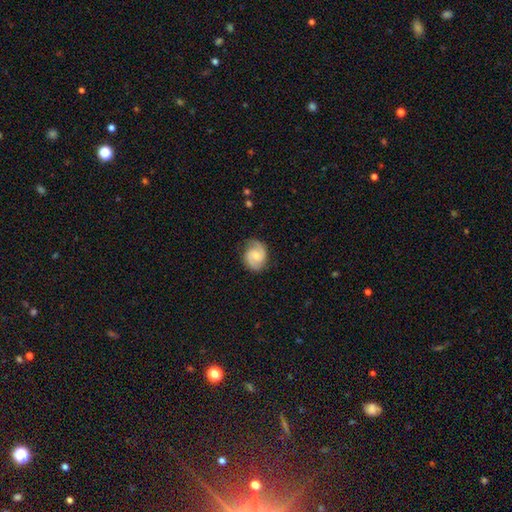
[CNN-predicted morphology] Smooth or featured?
  - featured or disk: 77% *
  - smooth: 17%
  - star or artifact: 6%
Edge-on disk?
  - no: 98% *
  - yes: 2%
Bar?
  - no: 50% *
  - weak: 42%
  - strong: 8%
Spiral arms?
  - yes: 97% *
  - no: 3%
Spiral winding?
  - medium: 51% *
  - tight: 33%
  - loose: 16%
Spiral arm count?
  - 2: 91% *
  - can't tell: 4%
  - 1: 2%
  - 3: 1%
  - 4: 1%
  - more than 4: 1%
Bulge size?
  - small: 43% *
  - moderate: 40%
  - none: 12%
  - large: 4%
  - dominant: 1%
Merging?
  - none: 81% *
  - minor disturbance: 14%
  - major disturbance: 4%
  - merger: 1%